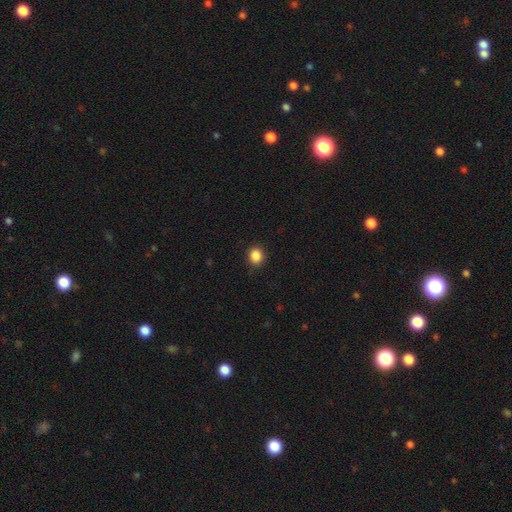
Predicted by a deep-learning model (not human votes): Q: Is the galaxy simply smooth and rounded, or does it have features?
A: smooth — 87%.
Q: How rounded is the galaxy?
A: round — 75%.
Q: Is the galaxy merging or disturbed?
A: none — 87%.